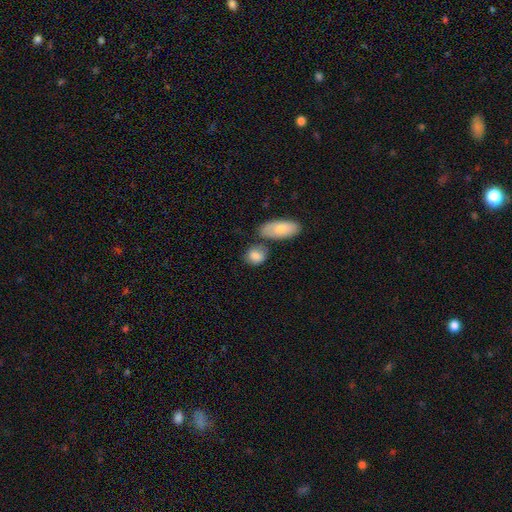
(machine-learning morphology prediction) Smooth or featured: smooth — 84% (featured or disk — 9%)
How rounded: in between — 56% (round — 41%)
Merging: none — 60% (minor disturbance — 18%)